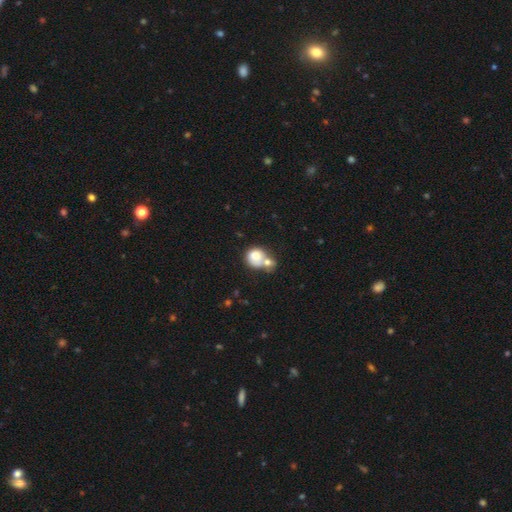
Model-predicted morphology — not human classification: Smooth or featured: smooth — 71% (featured or disk — 20%)
How rounded: round — 69% (in between — 30%)
Merging: merger — 63% (none — 22%)